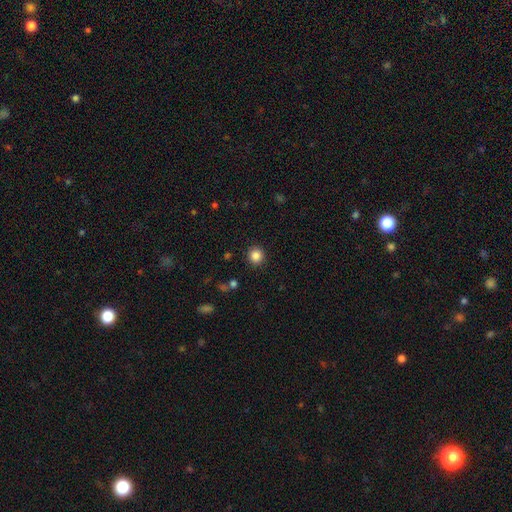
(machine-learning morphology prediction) Smooth or featured? smooth (85%)
How rounded? round (92%)
Merging? none (91%)